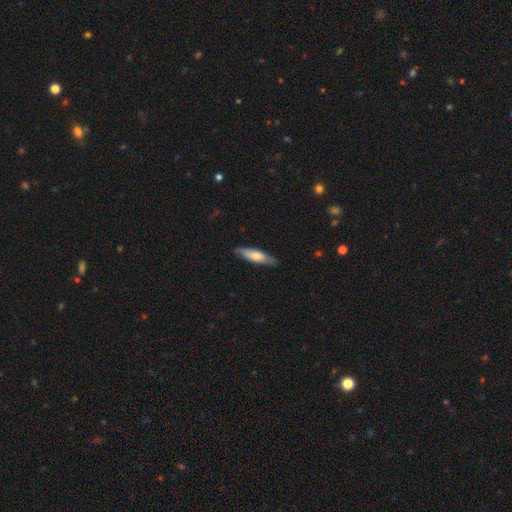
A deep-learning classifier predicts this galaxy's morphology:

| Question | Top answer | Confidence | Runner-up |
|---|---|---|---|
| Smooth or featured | smooth | 62% | featured or disk (33%) |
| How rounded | cigar-shaped | 71% | in between (28%) |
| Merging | none | 85% | minor disturbance (12%) |